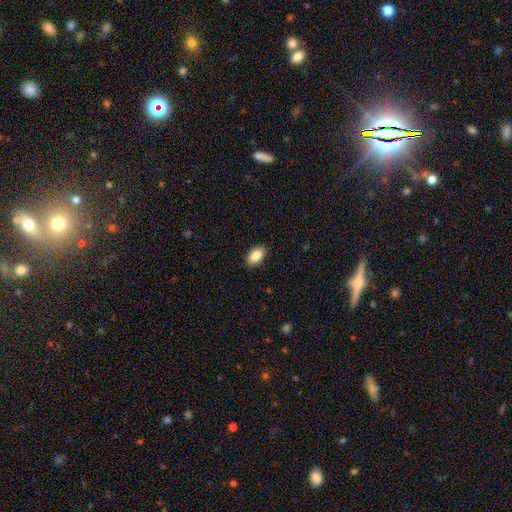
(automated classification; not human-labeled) Smooth or featured: smooth — 87% (star or artifact — 7%)
How rounded: in between — 91% (round — 7%)
Merging: none — 88% (minor disturbance — 9%)